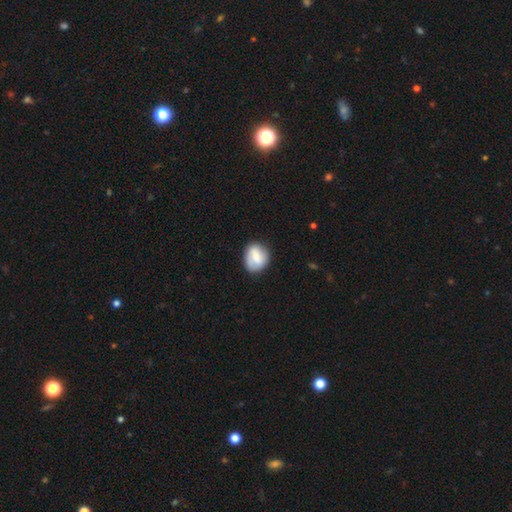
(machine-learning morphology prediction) Smooth or featured? Predicted: smooth (p=0.68). How rounded? Predicted: round (p=0.57). Merging? Predicted: none (p=0.76).